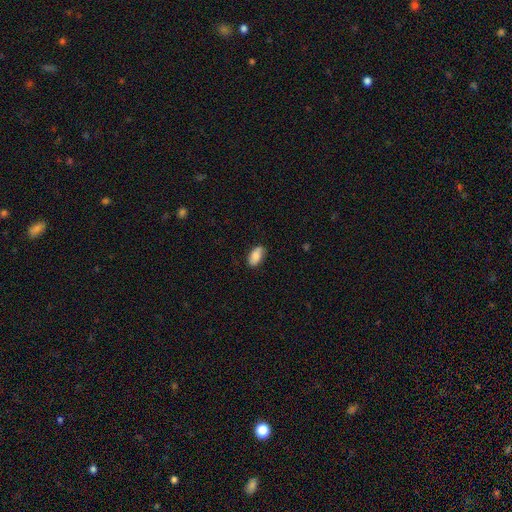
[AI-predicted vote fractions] Morphology: type=smooth (83%); roundness=in between (93%); merging=none (80%).